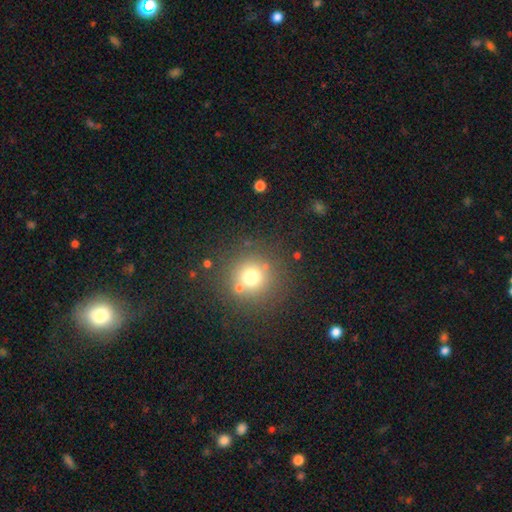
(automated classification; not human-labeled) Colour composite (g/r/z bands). It shows a smooth galaxy with no disk features (57%) that is round (92%). Merging: none (78%).